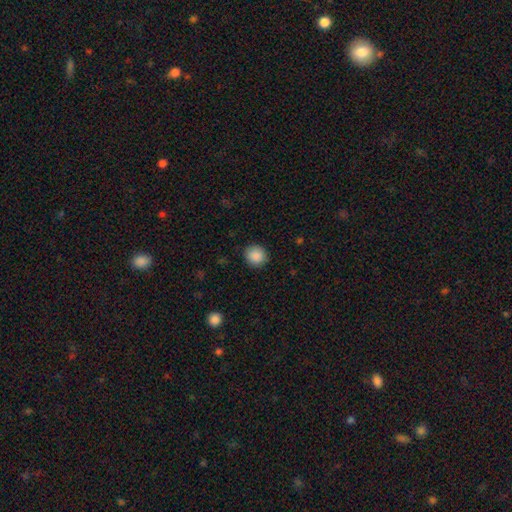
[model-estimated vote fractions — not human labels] smooth 89%, star or artifact 9%, featured or disk 3%. Down the decision tree: how rounded — round (90%); merging — none (90%).